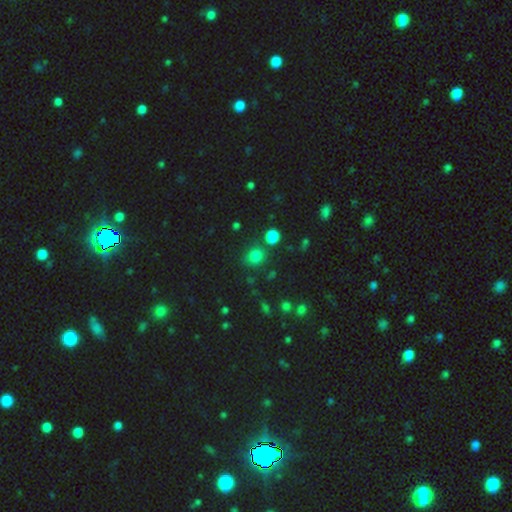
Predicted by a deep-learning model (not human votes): A smooth galaxy with no disk features (77%) that is round (78%). Merging: none (74%).